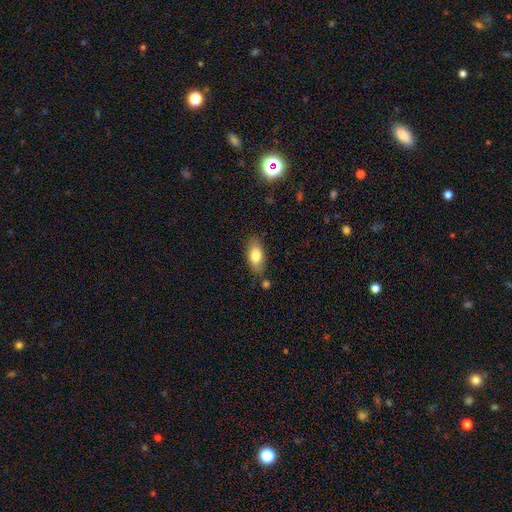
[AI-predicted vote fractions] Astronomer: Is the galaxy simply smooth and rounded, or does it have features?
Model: smooth — 79%.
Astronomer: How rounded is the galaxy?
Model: in between — 89%.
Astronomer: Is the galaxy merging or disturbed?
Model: none — 76%.